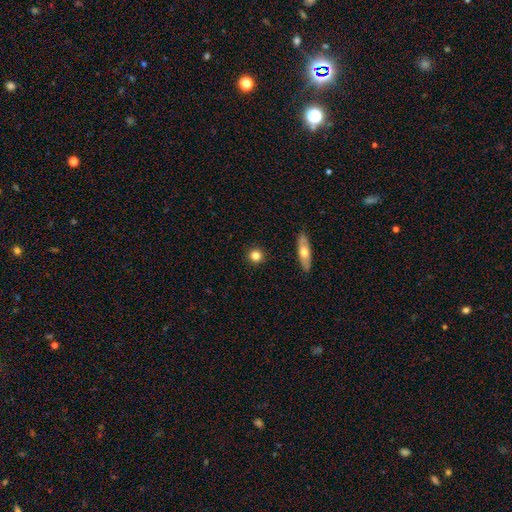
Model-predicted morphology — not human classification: smooth_or_featured: smooth (p=0.81) [alt: featured or disk p=0.10]
how_rounded: round (p=0.91) [alt: in between p=0.07]
merging: none (p=0.91) [alt: minor disturbance p=0.06]